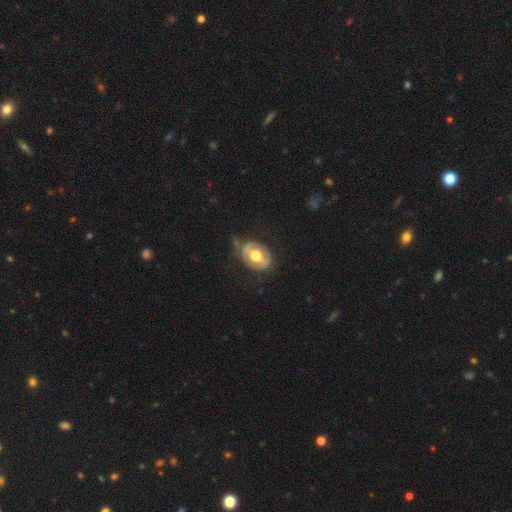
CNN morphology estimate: Smooth or featured?
  - featured or disk: 60% *
  - smooth: 35%
  - star or artifact: 5%
Edge-on disk?
  - no: 94% *
  - yes: 6%
Bar?
  - no: 63% *
  - weak: 25%
  - strong: 12%
Spiral arms?
  - no: 61% *
  - yes: 39%
Bulge size?
  - moderate: 55% *
  - large: 37%
  - small: 4%
  - dominant: 3%
  - none: 1%
Merging?
  - none: 54% *
  - minor disturbance: 29%
  - major disturbance: 15%
  - merger: 2%